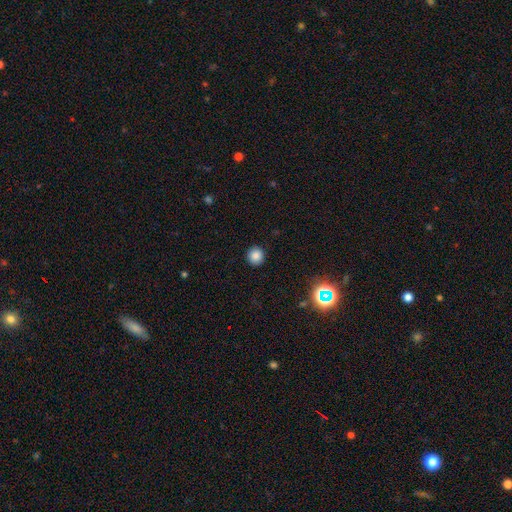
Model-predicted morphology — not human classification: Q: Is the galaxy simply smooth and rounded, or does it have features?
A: smooth — 84%.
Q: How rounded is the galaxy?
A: round — 92%.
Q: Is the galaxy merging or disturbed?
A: none — 92%.